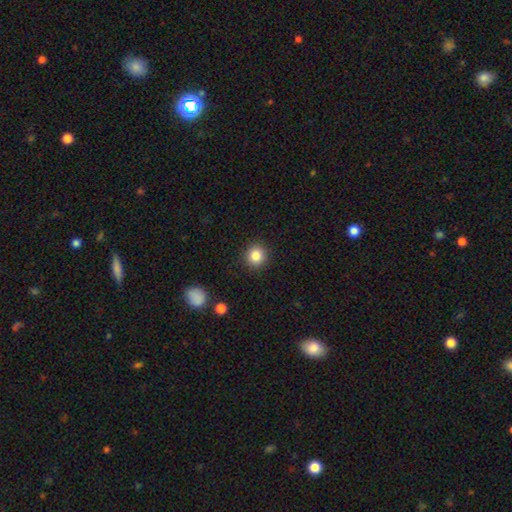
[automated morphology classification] A smooth galaxy with no disk features (84%) that is round (90%).

Vote fractions:
- Smooth or featured? smooth: 84% / star or artifact: 10% / featured or disk: 5%
- How rounded? round: 90% / in between: 9% / cigar-shaped: 1%
- Merging? none: 90% / minor disturbance: 6% / major disturbance: 2% / merger: 1%